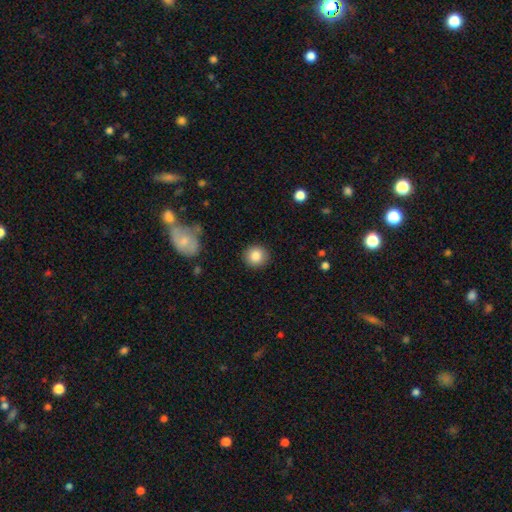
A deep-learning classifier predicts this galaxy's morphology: This is clearly a smooth galaxy (86%). How rounded: clearly round (90%). Merging: clearly none (90%).